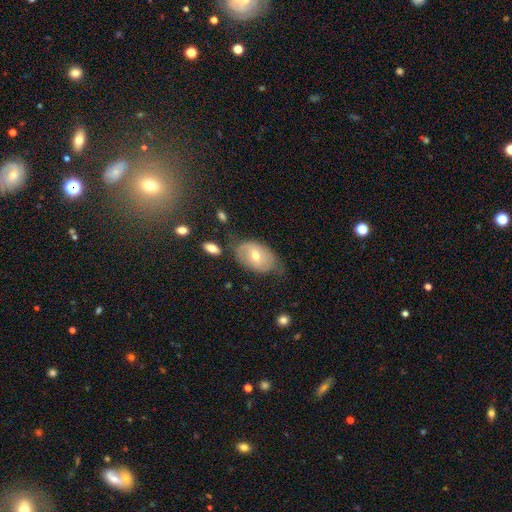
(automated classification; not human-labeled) Smooth or featured: smooth — 47% (featured or disk — 45%)
Merging: none — 51% (minor disturbance — 32%)